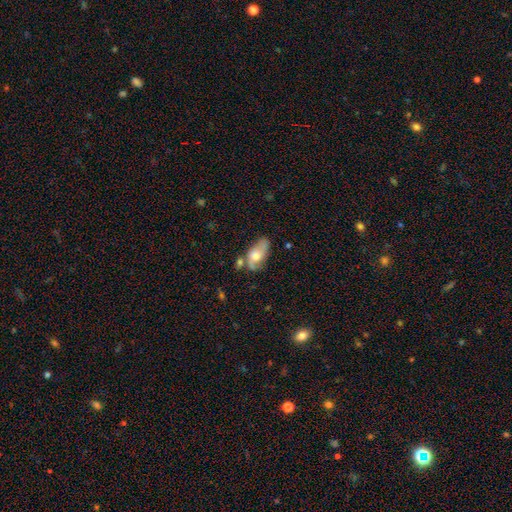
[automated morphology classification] smooth_or_featured: smooth (p=0.55) [alt: featured or disk p=0.37]
how_rounded: in between (p=0.90) [alt: cigar-shaped p=0.05]
merging: none (p=0.41) [alt: minor disturbance p=0.28]